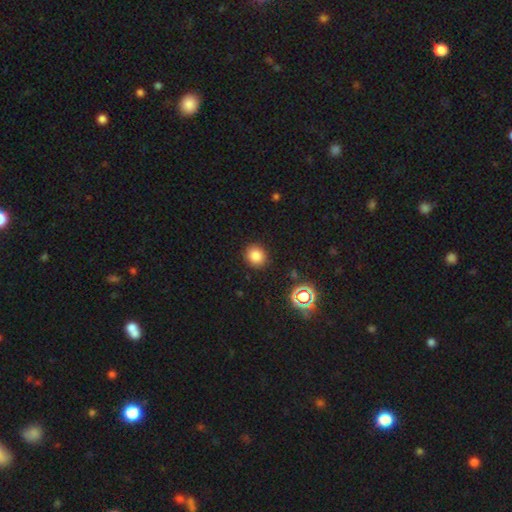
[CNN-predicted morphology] Smooth or featured?
  - smooth: 82% *
  - star or artifact: 13%
  - featured or disk: 5%
How rounded?
  - round: 83% *
  - in between: 16%
  - cigar-shaped: 1%
Merging?
  - none: 90% *
  - minor disturbance: 6%
  - major disturbance: 2%
  - merger: 1%